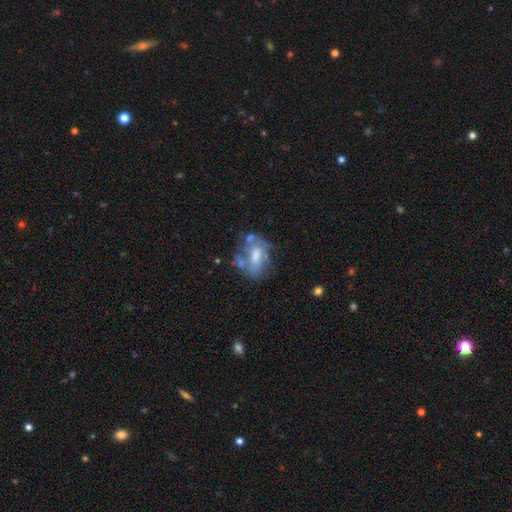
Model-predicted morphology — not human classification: This appears to be a featured or disk galaxy (50%). Merging: none (37%).